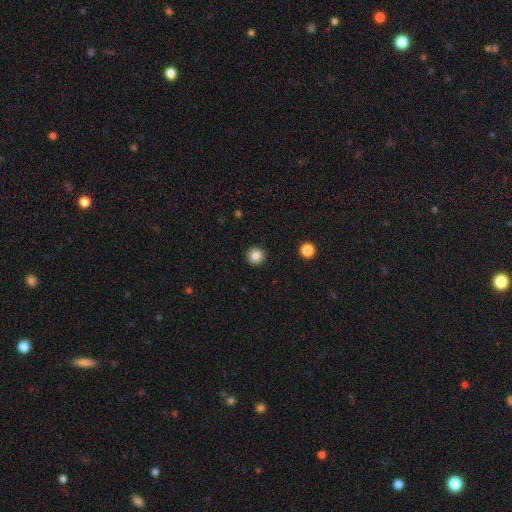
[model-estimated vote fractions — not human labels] Smooth or featured: smooth — 85% (star or artifact — 11%)
How rounded: round — 96% (in between — 3%)
Merging: none — 93% (minor disturbance — 4%)